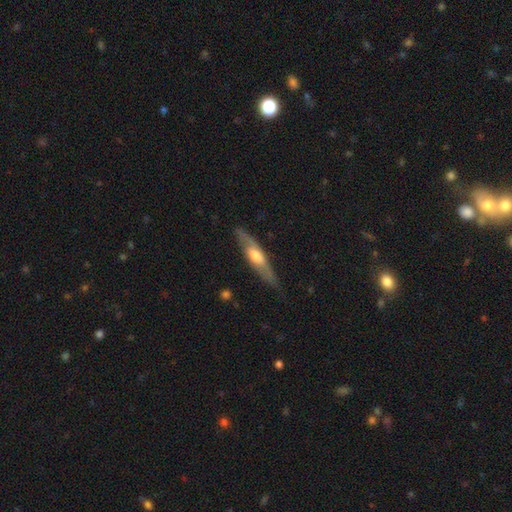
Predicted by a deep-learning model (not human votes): A featured or disk galaxy (61%) viewed edge-on (74%). Merging: none (79%).